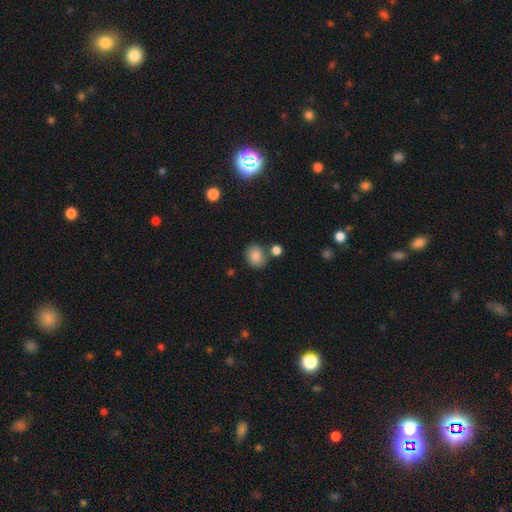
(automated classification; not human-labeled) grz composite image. It shows a smooth galaxy with no disk features (85%) that is round (61%). Merging: none (73%).